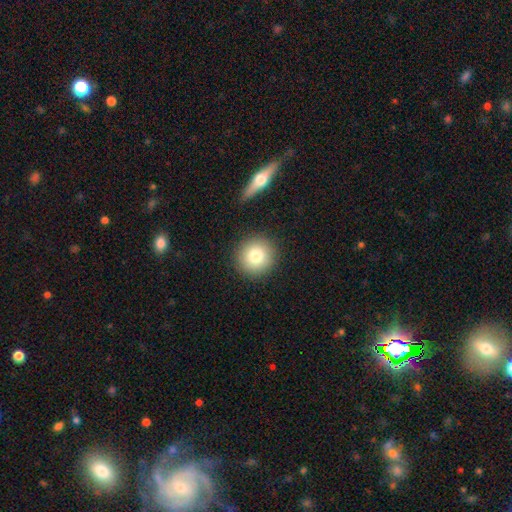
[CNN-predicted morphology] A smooth galaxy with no disk features (80%) that is round (94%). Merging: none (89%).